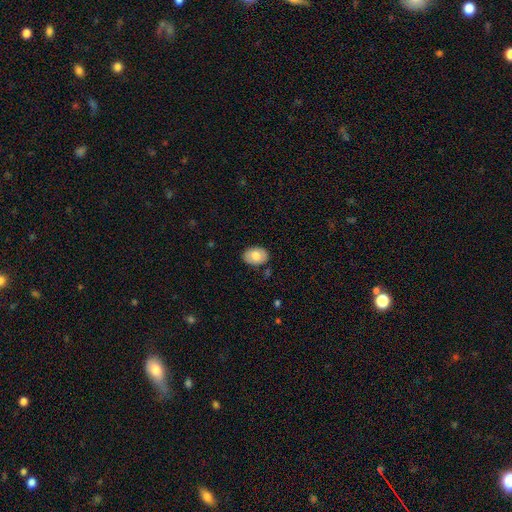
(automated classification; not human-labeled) This is likely a smooth galaxy (71%). How rounded: likely in between (78%). Merging: clearly none (85%).